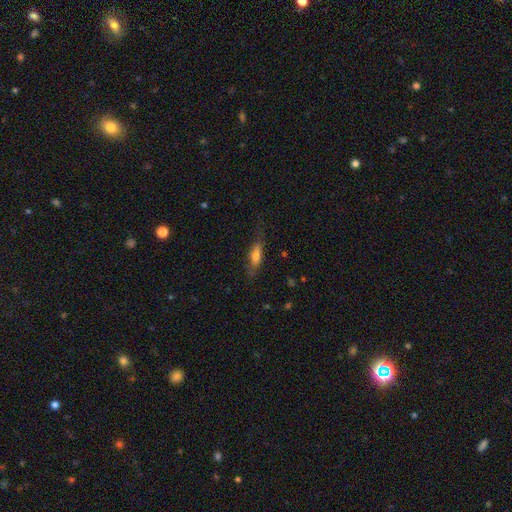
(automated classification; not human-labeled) Morphology: type=smooth (63%); roundness=cigar-shaped (52%); merging=none (70%).